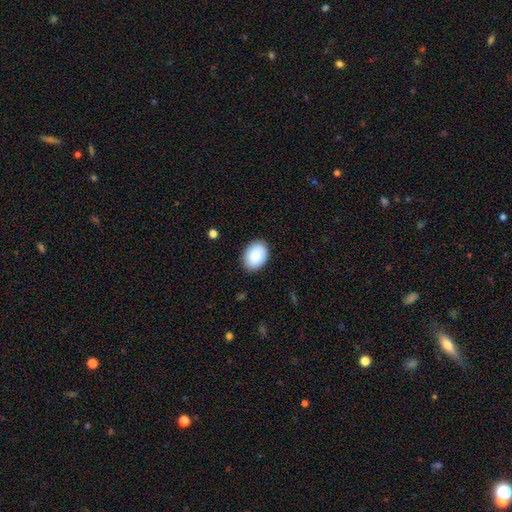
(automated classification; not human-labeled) smooth 86%, featured or disk 8%, star or artifact 6%. Down the decision tree: how rounded — in between (79%); merging — none (88%).